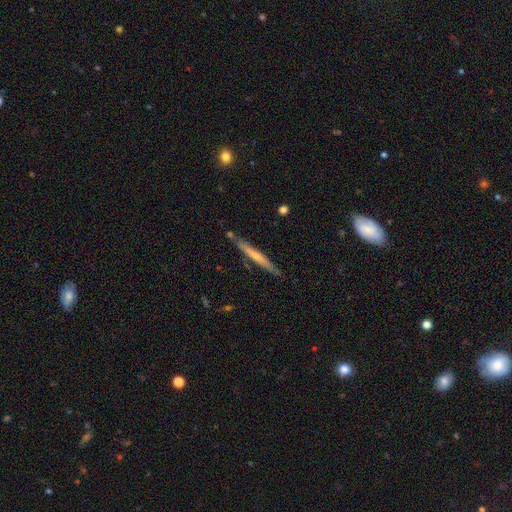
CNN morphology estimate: Smooth or featured?
  - smooth: 49% *
  - featured or disk: 45%
  - star or artifact: 6%
Merging?
  - none: 81% *
  - minor disturbance: 13%
  - merger: 4%
  - major disturbance: 2%